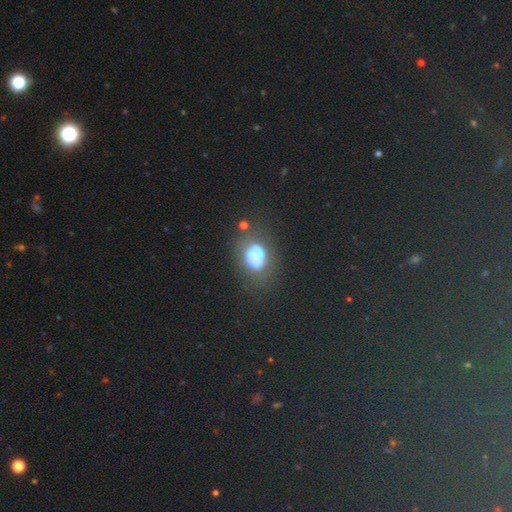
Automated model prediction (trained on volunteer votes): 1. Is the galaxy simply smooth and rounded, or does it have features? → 52% smooth, 26% star or artifact, 21% featured or disk.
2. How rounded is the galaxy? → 65% in between, 33% round, 2% cigar-shaped.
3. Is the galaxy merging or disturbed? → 50% none, 23% minor disturbance, 18% major disturbance, 9% merger.